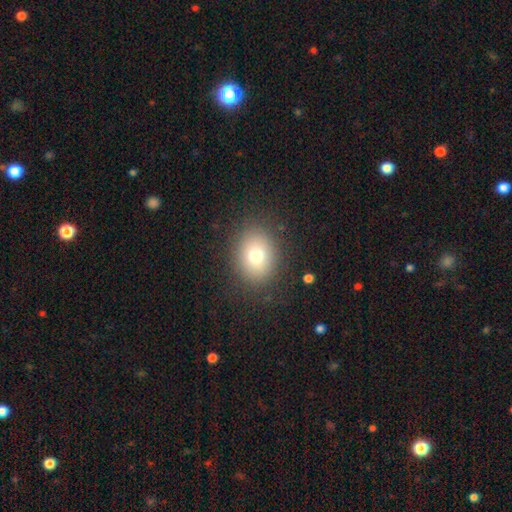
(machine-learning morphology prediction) A smooth galaxy with no disk features (76%) that is round (51%).

Vote fractions:
- Smooth or featured? smooth: 76% / featured or disk: 12% / star or artifact: 12%
- How rounded? round: 51% / in between: 48% / cigar-shaped: 1%
- Merging? none: 86% / minor disturbance: 9% / major disturbance: 4% / merger: 1%